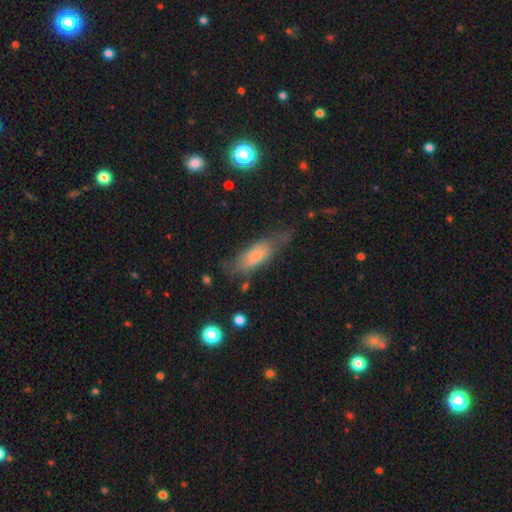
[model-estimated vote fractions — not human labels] Overall: smooth (66%). How rounded: in between (59%; cigar-shaped 38%). Merging: none (49%; minor disturbance 31%).